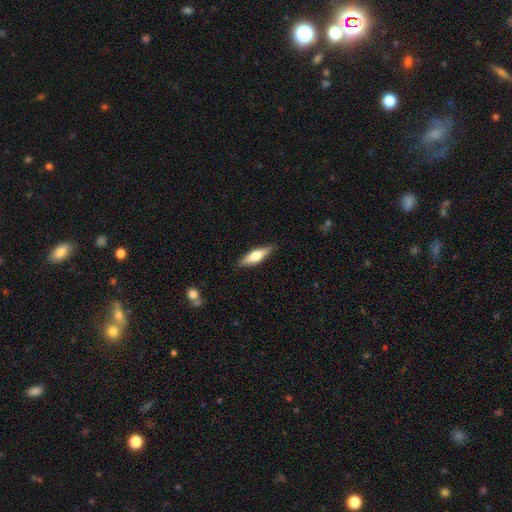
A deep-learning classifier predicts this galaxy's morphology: Smooth or featured? smooth (50%)
How rounded? cigar-shaped (58%)
Merging? none (87%)